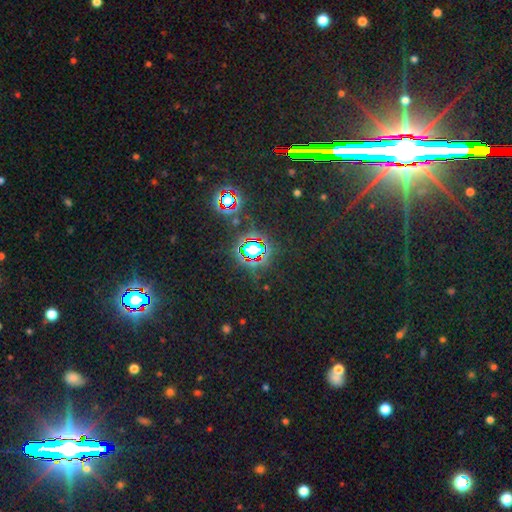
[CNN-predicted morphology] Overall: star or artifact (84%).